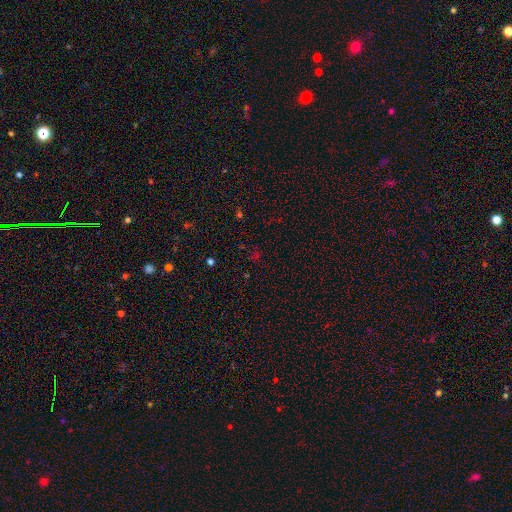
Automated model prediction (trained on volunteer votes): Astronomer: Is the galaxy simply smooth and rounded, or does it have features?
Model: star or artifact — 61%.